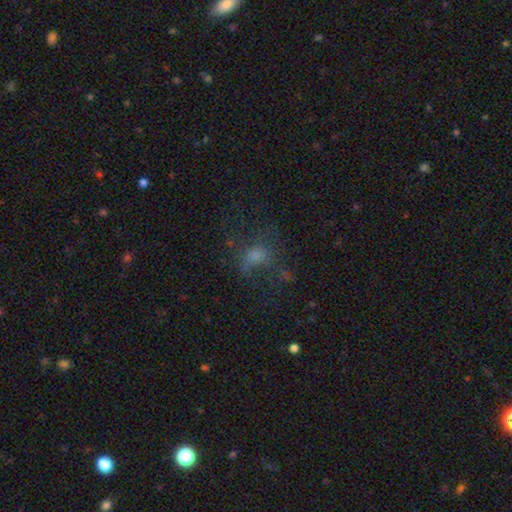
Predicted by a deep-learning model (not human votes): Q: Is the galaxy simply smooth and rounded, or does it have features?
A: smooth — 54%.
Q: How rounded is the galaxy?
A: in between — 53%.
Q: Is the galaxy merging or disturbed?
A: none — 44%.